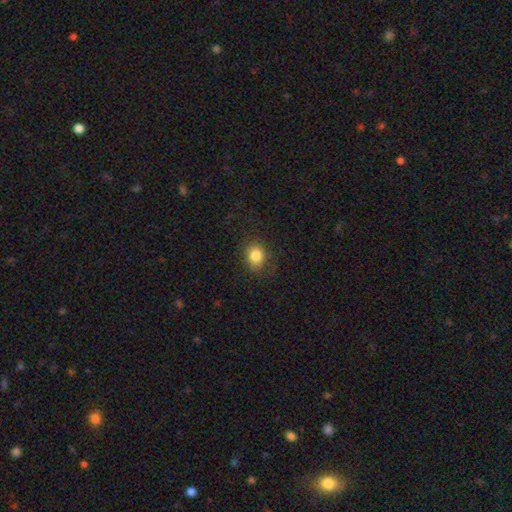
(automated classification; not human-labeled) The model was most divided on "how rounded": round: 61%, in between: 38%, cigar-shaped: 1%. More confident: smooth or featured — smooth (83%); merging — none (79%).